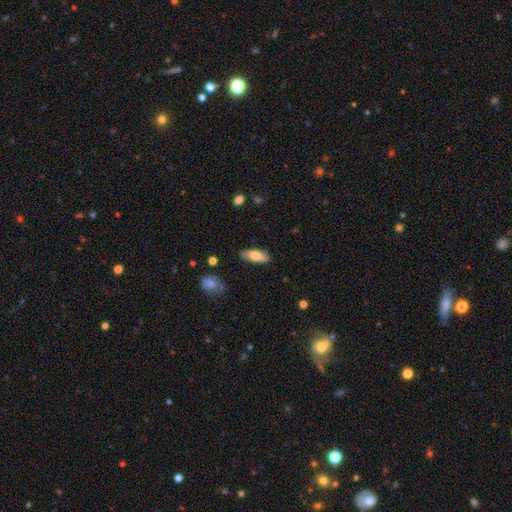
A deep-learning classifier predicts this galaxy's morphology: Q: Smooth or featured?
A: smooth (72%); runner-up: featured or disk (22%)
Q: How rounded?
A: in between (73%); runner-up: cigar-shaped (24%)
Q: Merging?
A: none (80%); runner-up: minor disturbance (15%)